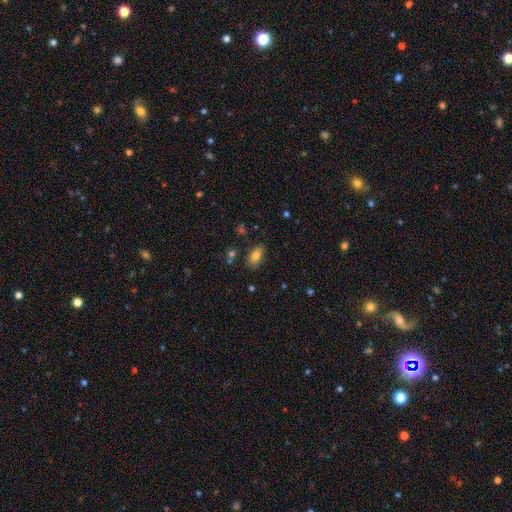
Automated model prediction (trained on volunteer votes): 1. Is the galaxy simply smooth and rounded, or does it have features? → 79% smooth, 11% featured or disk, 10% star or artifact.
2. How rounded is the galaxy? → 89% in between, 6% round, 5% cigar-shaped.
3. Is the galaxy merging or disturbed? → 80% none, 13% minor disturbance, 4% merger, 3% major disturbance.